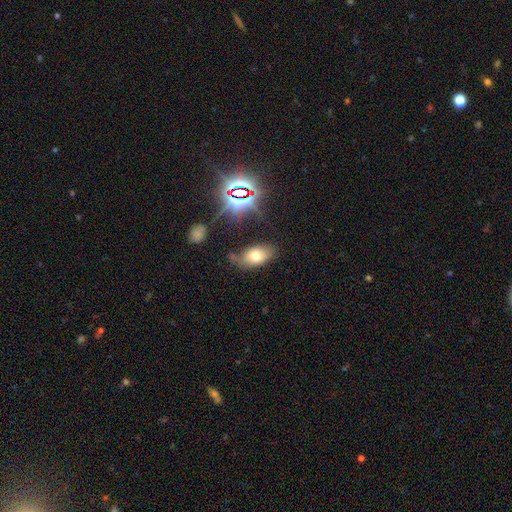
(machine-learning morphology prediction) This appears to be a smooth galaxy with no disk features (69%) that is in between round and cigar-shaped (91%). Merging: none (64%).